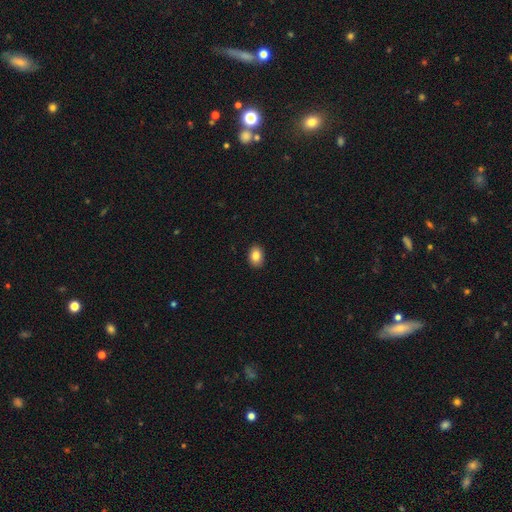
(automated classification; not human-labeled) smooth 85%, star or artifact 8%, featured or disk 7%. Down the decision tree: how rounded — in between (77%); merging — none (90%).